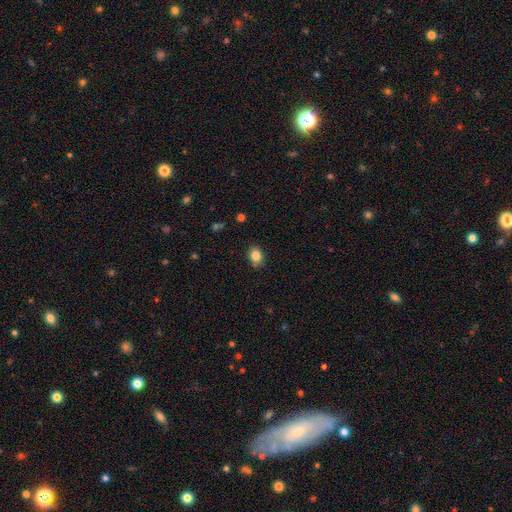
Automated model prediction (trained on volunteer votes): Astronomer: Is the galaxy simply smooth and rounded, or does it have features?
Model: smooth — 84%.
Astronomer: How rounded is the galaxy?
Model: in between — 55% (runner-up: round, 44%).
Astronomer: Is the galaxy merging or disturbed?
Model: none — 85%.